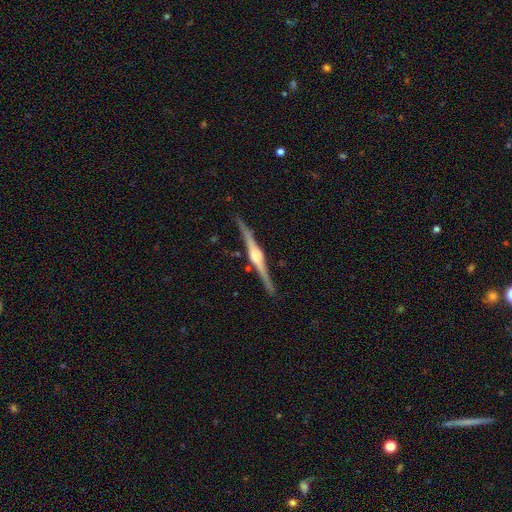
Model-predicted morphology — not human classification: Smooth or featured? featured or disk (87%)
Edge-on disk? yes (98%)
Edge-on bulge? rounded (83%)
Merging? none (90%)